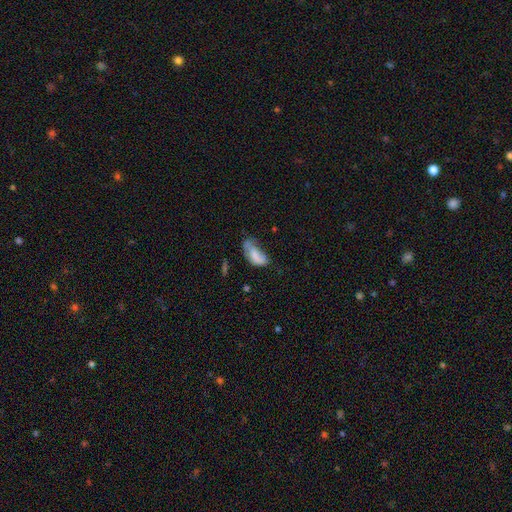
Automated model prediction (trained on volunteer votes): smooth_or_featured: smooth (p=0.68) [alt: featured or disk p=0.24]
how_rounded: in between (p=0.88) [alt: cigar-shaped p=0.09]
merging: minor disturbance (p=0.36) [alt: none p=0.30]